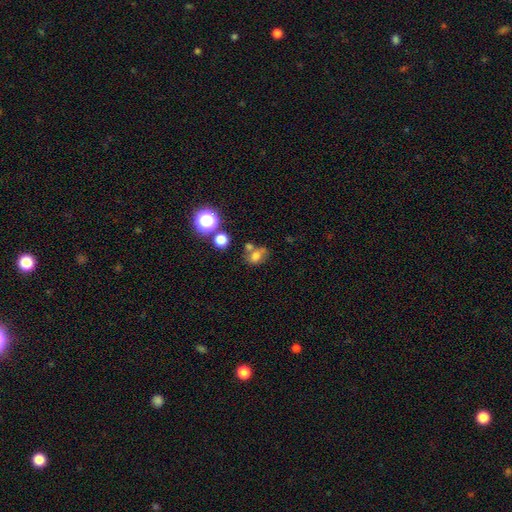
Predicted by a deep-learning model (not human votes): Morphology: type=smooth (69%); roundness=in between (59%); merging=none (50%).